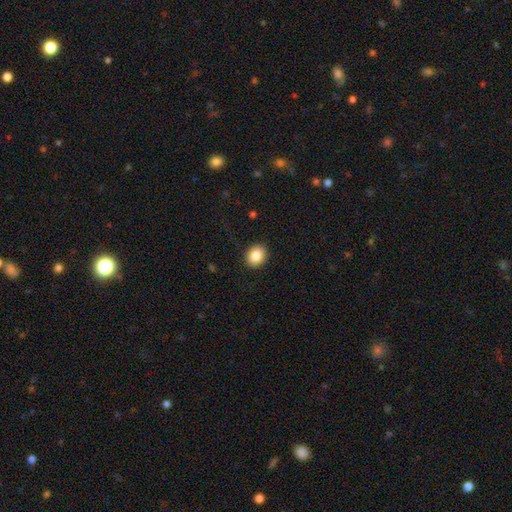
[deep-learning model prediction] smooth-or-featured: smooth: 85% | star or artifact: 9% | featured or disk: 7%
  how-rounded: round: 58% | in between: 41% | cigar-shaped: 1%
  merging: none: 90% | minor disturbance: 7% | major disturbance: 2% | merger: 1%